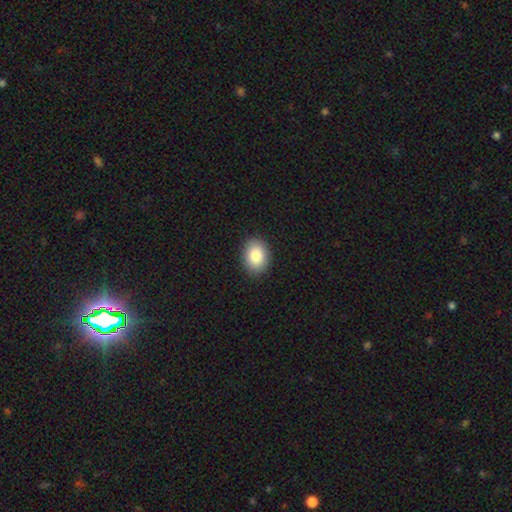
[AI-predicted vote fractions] Smooth or featured?
  - smooth: 86% *
  - star or artifact: 8%
  - featured or disk: 7%
How rounded?
  - in between: 70% *
  - round: 29%
  - cigar-shaped: 1%
Merging?
  - none: 89% *
  - minor disturbance: 8%
  - major disturbance: 2%
  - merger: 1%